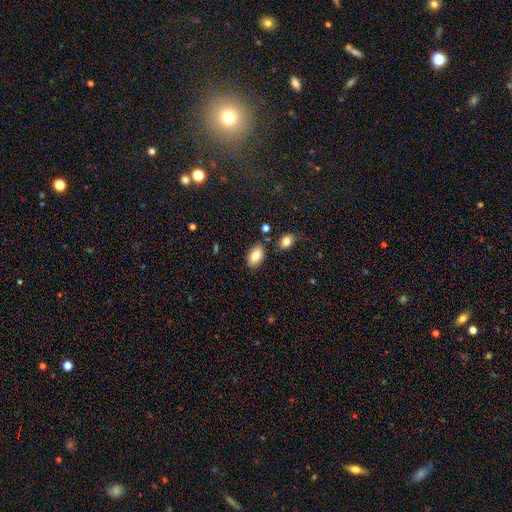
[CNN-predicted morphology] smooth 81%, featured or disk 11%, star or artifact 8%. Down the decision tree: how rounded — in between (91%); merging — none (80%).